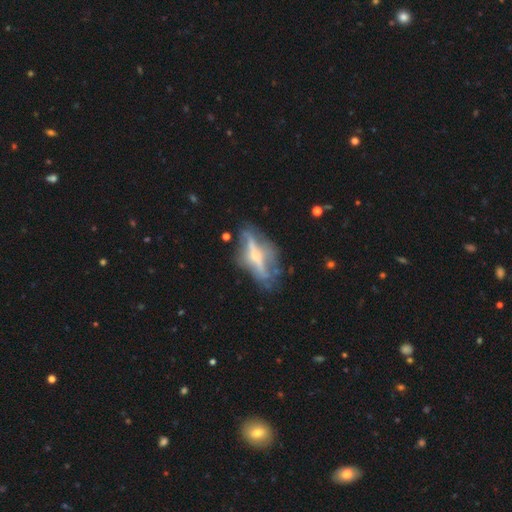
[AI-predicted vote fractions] Smooth or featured? Predicted: featured or disk (p=0.72). Edge-on disk? Predicted: yes (p=0.67). Merging? Predicted: none (p=0.60).